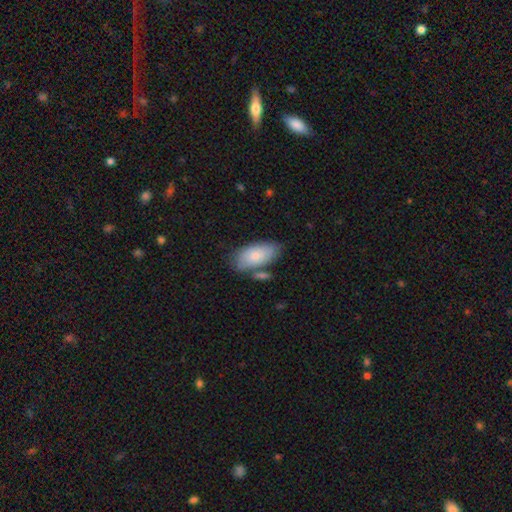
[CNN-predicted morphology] Overall: smooth (77%). How rounded: in between (93%). Merging: none (63%).